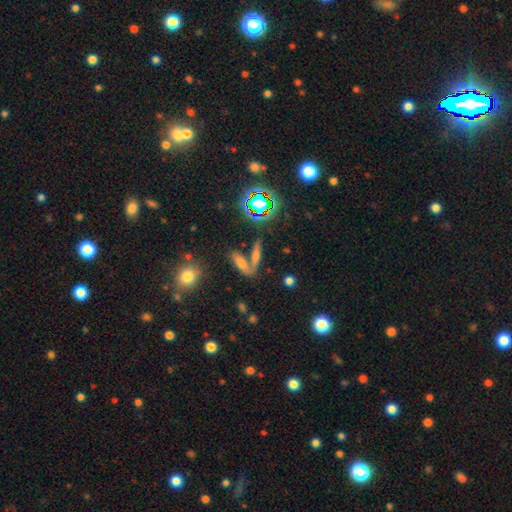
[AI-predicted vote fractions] This is possibly a smooth galaxy (51%). How rounded: possibly cigar-shaped (54%). Merging: marginally none (45%).